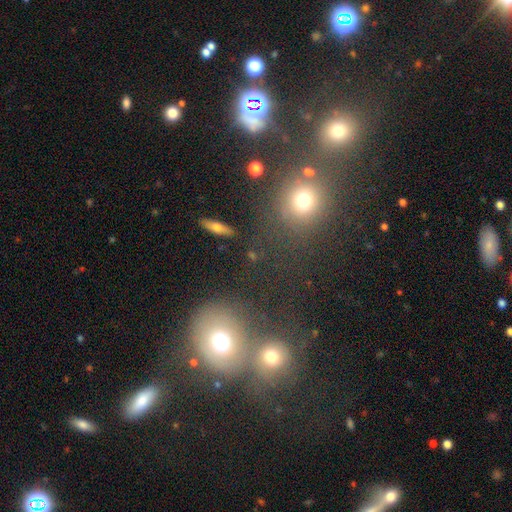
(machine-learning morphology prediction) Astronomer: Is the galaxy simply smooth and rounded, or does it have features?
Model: smooth — 57%.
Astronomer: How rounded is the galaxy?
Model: round — 66%.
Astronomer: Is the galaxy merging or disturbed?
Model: none — 64%.